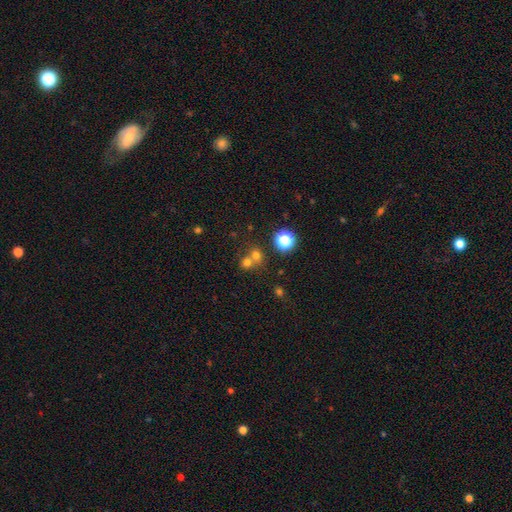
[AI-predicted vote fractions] smooth-or-featured: smooth: 66% | star or artifact: 23% | featured or disk: 11%
  how-rounded: round: 82% | in between: 17% | cigar-shaped: 1%
  merging: merger: 46% | none: 45% | minor disturbance: 5% | major disturbance: 3%